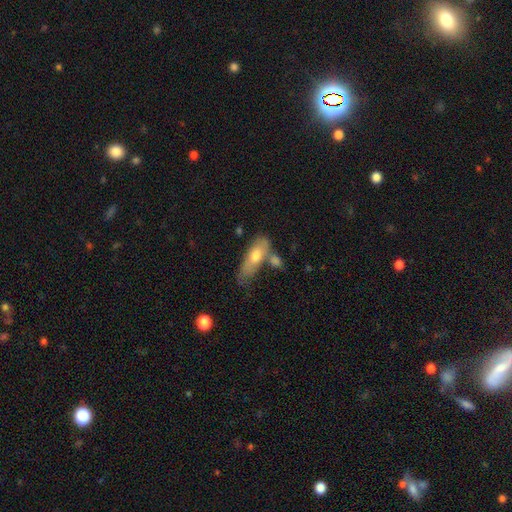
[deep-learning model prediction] Smooth or featured? Predicted: smooth (p=0.65). How rounded? Predicted: in between (p=0.65). Merging? Predicted: none (p=0.44).